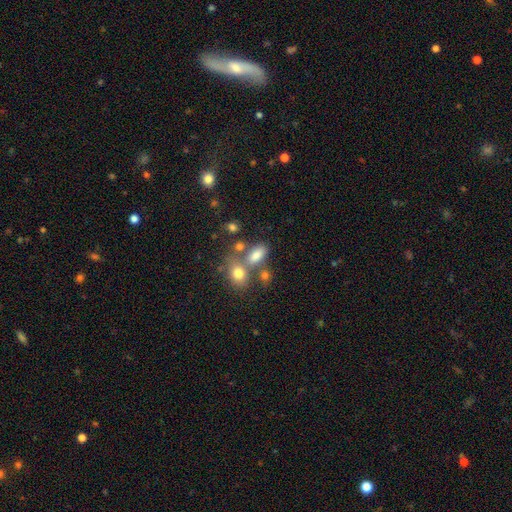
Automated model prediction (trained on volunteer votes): Overall: smooth (74%). How rounded: in between (83%). Merging: none (48%; merger 33%).